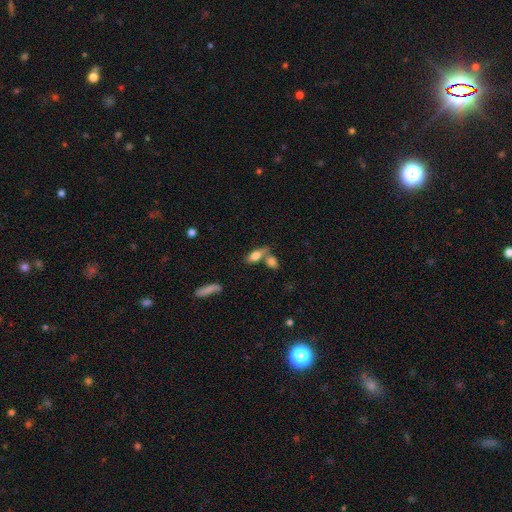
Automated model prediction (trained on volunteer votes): Overall: smooth (70%). How rounded: in between (73%). Merging: none (47%; merger 37%).